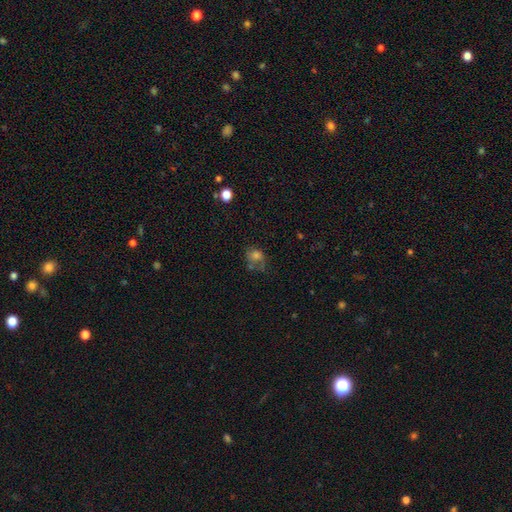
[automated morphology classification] Smooth or featured? Predicted: smooth (p=0.59). How rounded? Predicted: round (p=0.62). Merging? Predicted: none (p=0.45).